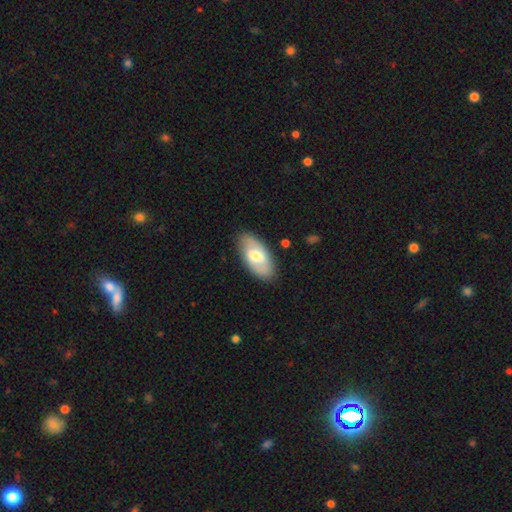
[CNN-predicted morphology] Smooth or featured: smooth — 55% (featured or disk — 39%)
How rounded: in between — 92% (cigar-shaped — 5%)
Merging: none — 85% (minor disturbance — 11%)